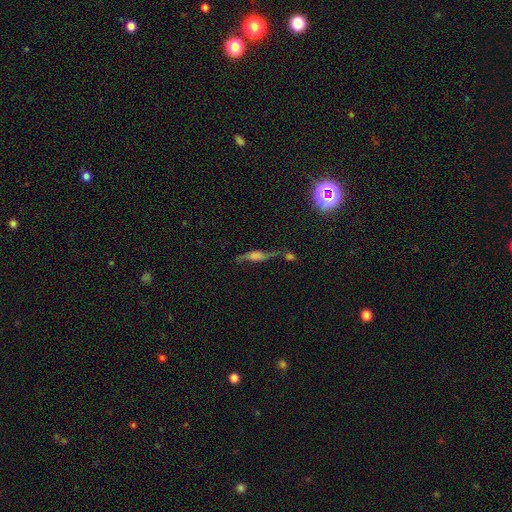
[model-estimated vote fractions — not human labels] A featured or disk galaxy (65%) viewed edge-on (57%). Merging: none (46%).